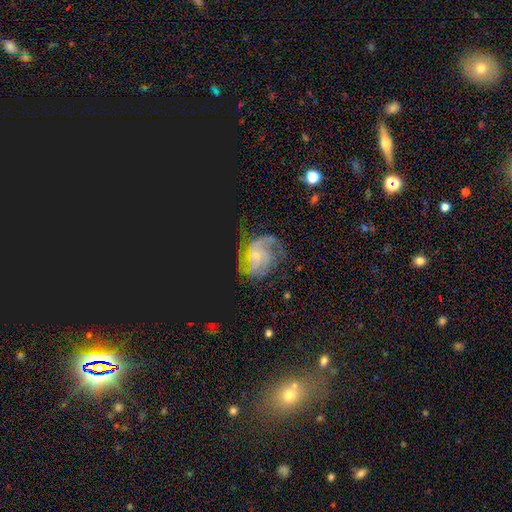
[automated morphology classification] smooth-or-featured: featured or disk: 73% | star or artifact: 15% | smooth: 12%
  disk-edge-on: no: 98% | yes: 2%
    bar: no: 57% | weak: 35% | strong: 8%
    has-spiral-arms: yes: 91% | no: 9%
      spiral-winding: medium: 45% | tight: 35% | loose: 20%
      spiral-arm-count: can't tell: 30% | 2: 28% | 3: 18% | 1: 9% | 4: 8% | more than 4: 7%
    bulge-size: small: 52% | none: 23% | moderate: 20% | large: 3% | dominant: 2%
  merging: none: 58% | major disturbance: 20% | minor disturbance: 20% | merger: 2%